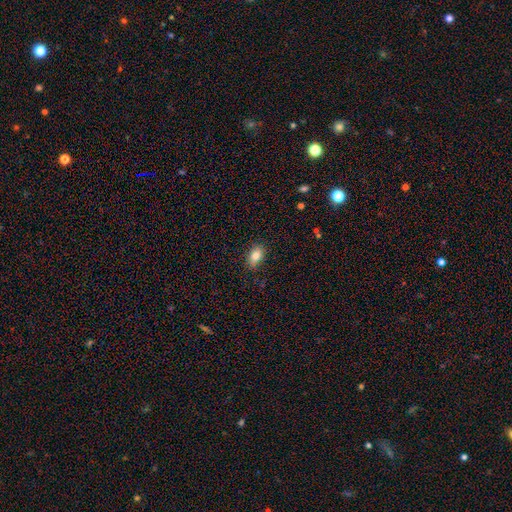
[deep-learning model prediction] Morphology: type=smooth (84%); roundness=in between (84%); merging=none (83%).